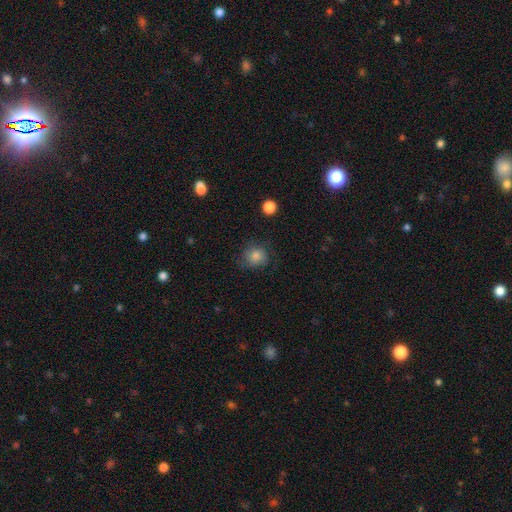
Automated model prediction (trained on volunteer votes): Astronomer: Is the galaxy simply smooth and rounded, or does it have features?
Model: smooth — 74%.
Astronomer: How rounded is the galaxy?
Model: round — 83%.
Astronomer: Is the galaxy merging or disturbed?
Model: none — 72%.